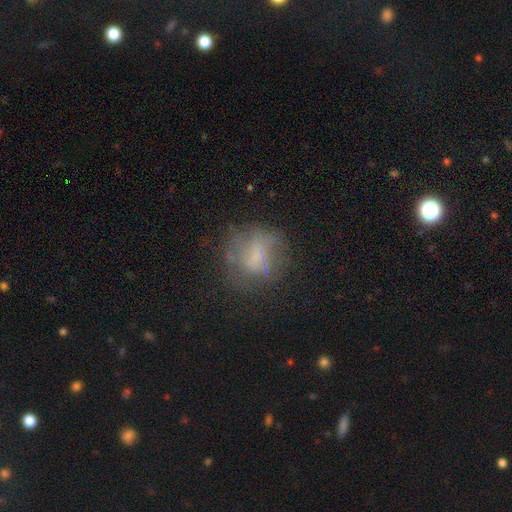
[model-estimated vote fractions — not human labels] smooth 50%, featured or disk 37%, star or artifact 13%. Down the decision tree: merging — none (58%).